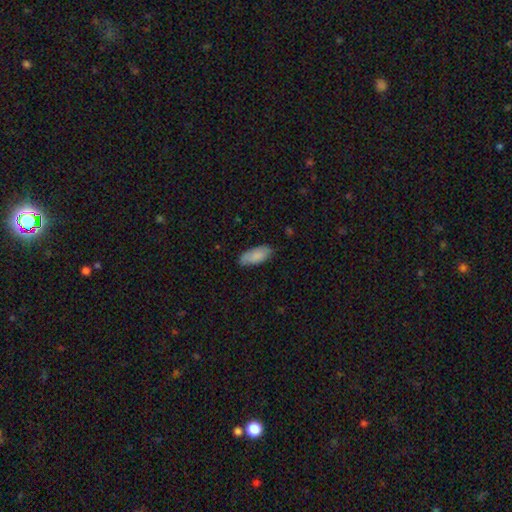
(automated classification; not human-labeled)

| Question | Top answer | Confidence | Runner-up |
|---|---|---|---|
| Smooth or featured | smooth | 83% | featured or disk (11%) |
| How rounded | in between | 87% | cigar-shaped (11%) |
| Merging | none | 76% | minor disturbance (20%) |